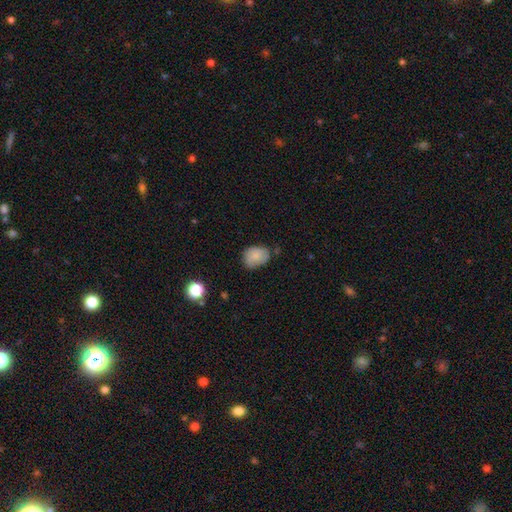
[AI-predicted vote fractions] Smooth or featured: smooth — 82% (featured or disk — 10%)
How rounded: in between — 66% (round — 33%)
Merging: none — 60% (minor disturbance — 30%)